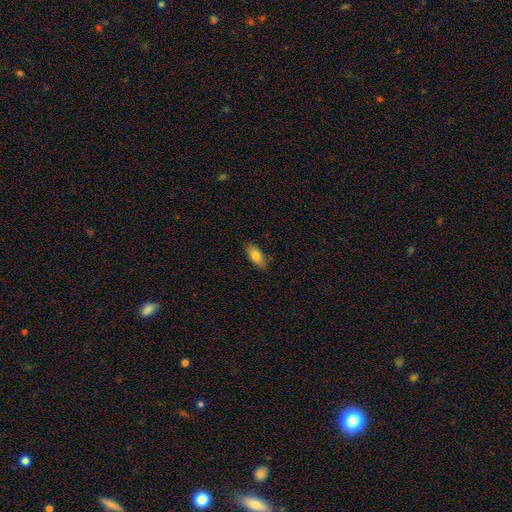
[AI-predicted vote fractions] Smooth or featured: smooth — 80% (featured or disk — 13%)
How rounded: in between — 86% (cigar-shaped — 12%)
Merging: none — 83% (minor disturbance — 13%)